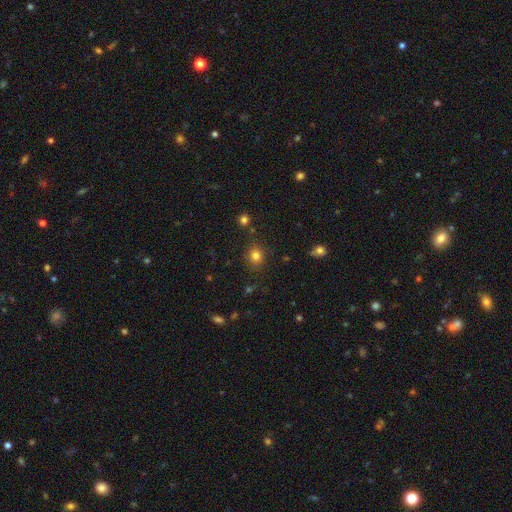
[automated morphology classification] This appears to be a smooth galaxy with no disk features (80%) that is round (80%). Merging: none (84%).